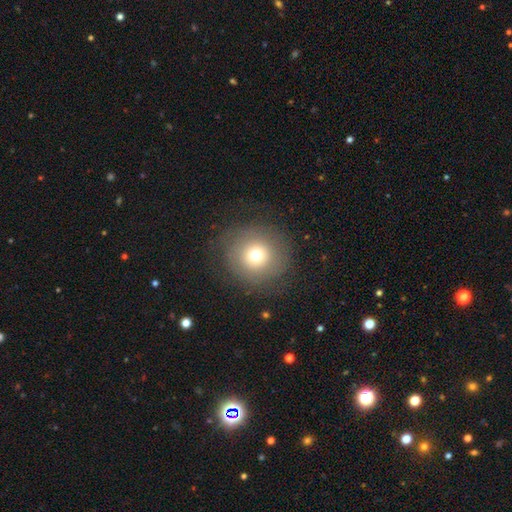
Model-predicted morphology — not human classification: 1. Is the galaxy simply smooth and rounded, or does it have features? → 69% smooth, 18% featured or disk, 14% star or artifact.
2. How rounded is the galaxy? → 93% round, 6% in between, 1% cigar-shaped.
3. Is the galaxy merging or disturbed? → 81% none, 11% minor disturbance, 7% major disturbance, 1% merger.